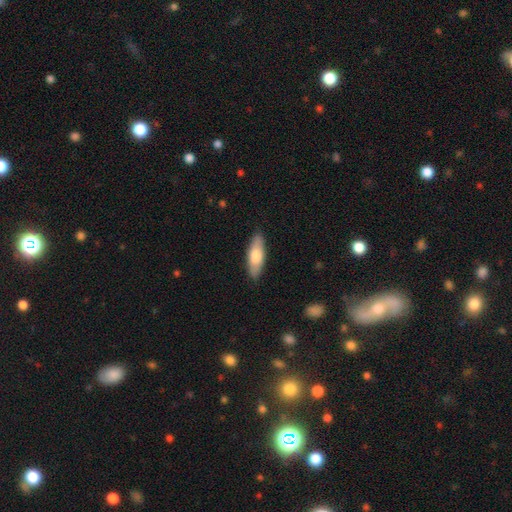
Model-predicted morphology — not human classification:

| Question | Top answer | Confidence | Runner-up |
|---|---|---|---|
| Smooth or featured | smooth | 72% | featured or disk (23%) |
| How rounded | in between | 62% | cigar-shaped (36%) |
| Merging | none | 86% | minor disturbance (11%) |